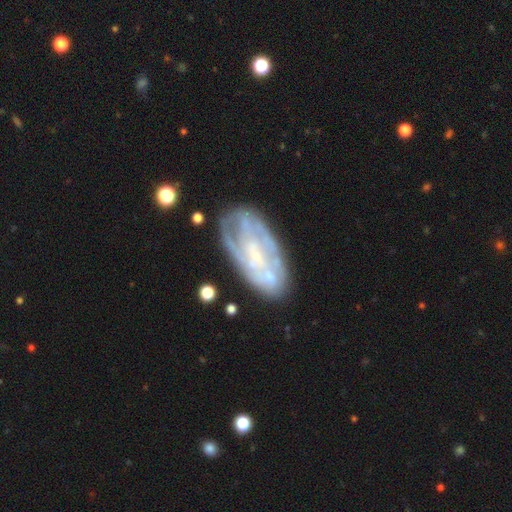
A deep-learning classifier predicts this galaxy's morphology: Smooth or featured: featured or disk — 75% (smooth — 18%)
Edge-on disk: no — 94% (yes — 6%)
Bar: no — 59% (weak — 30%)
Spiral arms: yes — 70% (no — 30%)
Bulge size: small — 60% (none — 21%)
Merging: none — 62% (minor disturbance — 22%)